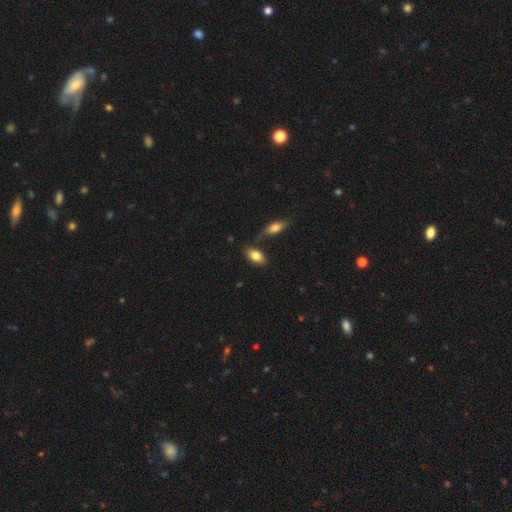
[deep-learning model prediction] Smooth or featured? smooth (82%)
How rounded? in between (89%)
Merging? none (70%)